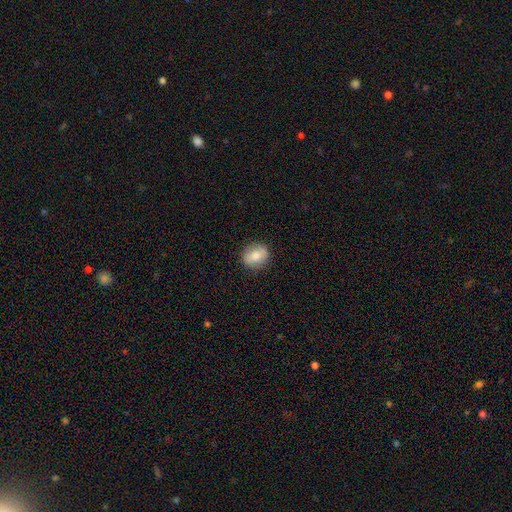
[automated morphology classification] Overall: smooth (72%). How rounded: round (69%; in between 29%). Merging: none (87%).